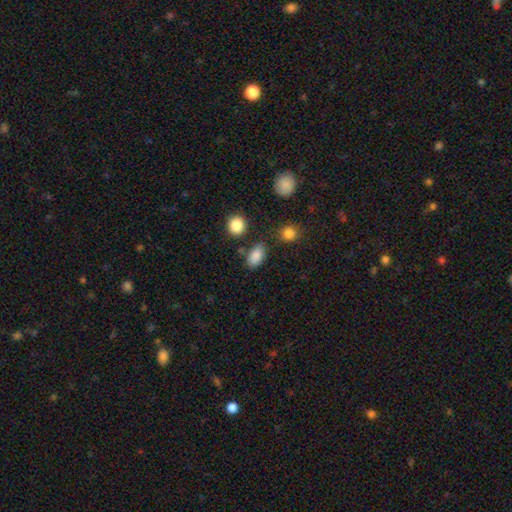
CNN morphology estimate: Smooth or featured? smooth (85%)
How rounded? in between (86%)
Merging? none (76%)